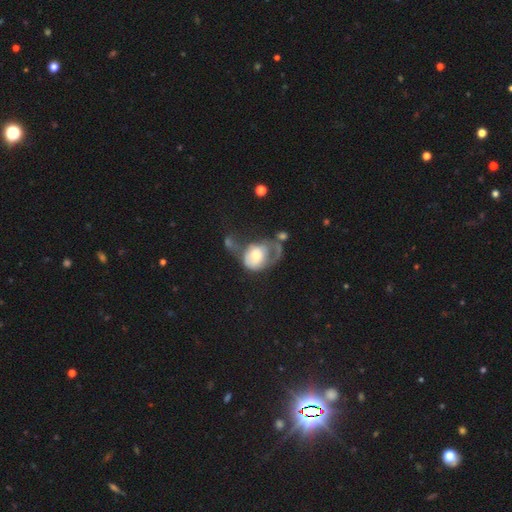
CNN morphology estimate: This appears to be a smooth galaxy with no disk features (47%). Merging: major disturbance (49%).